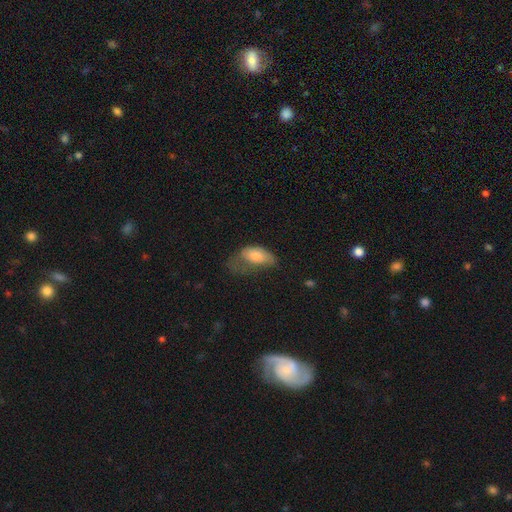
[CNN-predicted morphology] smooth-or-featured: smooth: 73% | featured or disk: 19% | star or artifact: 8%
  how-rounded: in between: 90% | cigar-shaped: 5% | round: 5%
  merging: major disturbance: 51% | minor disturbance: 29% | none: 18% | merger: 3%